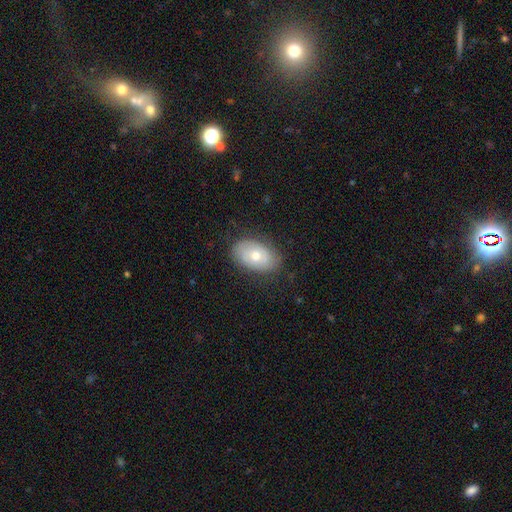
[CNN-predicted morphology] Smooth or featured? Predicted: smooth (p=0.64). How rounded? Predicted: in between (p=0.89). Merging? Predicted: none (p=0.80).